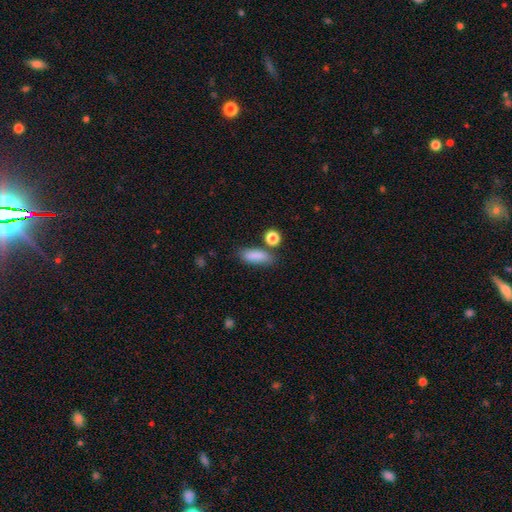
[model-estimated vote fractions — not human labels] smooth-or-featured: smooth: 86% | star or artifact: 8% | featured or disk: 6%
  how-rounded: in between: 66% | cigar-shaped: 29% | round: 5%
  merging: none: 73% | minor disturbance: 15% | merger: 8% | major disturbance: 4%